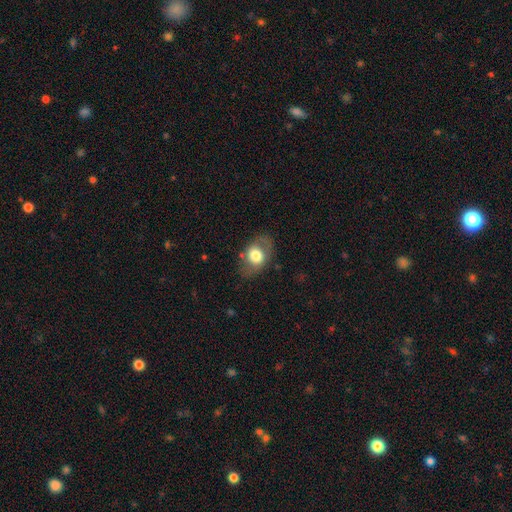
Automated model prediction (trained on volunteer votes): smooth-or-featured: smooth: 64% | featured or disk: 29% | star or artifact: 7%
  how-rounded: in between: 71% | round: 28% | cigar-shaped: 1%
  merging: none: 74% | minor disturbance: 17% | major disturbance: 8% | merger: 1%